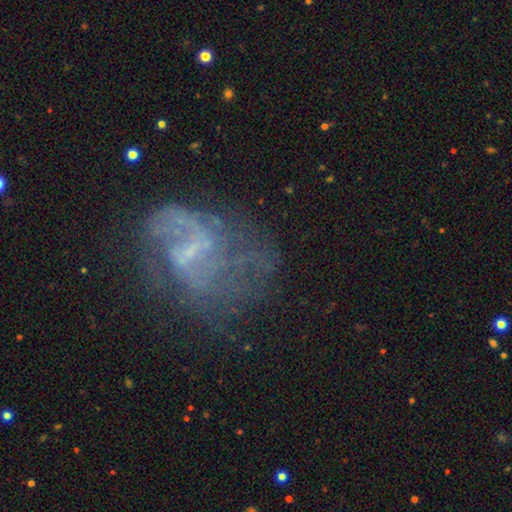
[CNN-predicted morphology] Overall: featured or disk (71%). Edge-on disk: no (97%). Bar: weak (48%; no 34%). Spiral arms: yes (62%; no 38%). Bulge size: none (43%; small 41%). Merging: none (37%, tied with major disturbance).